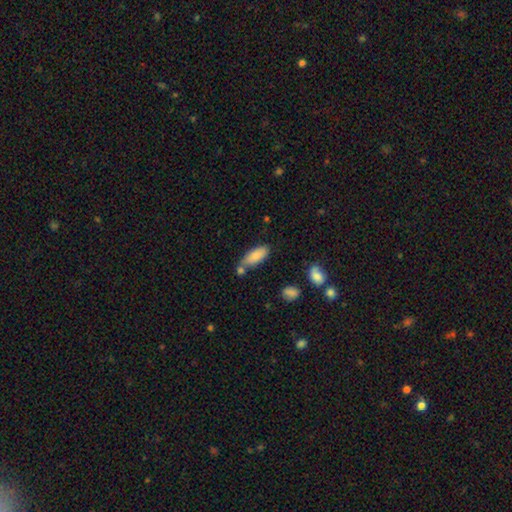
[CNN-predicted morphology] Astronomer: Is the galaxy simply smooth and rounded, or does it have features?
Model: smooth — 82%.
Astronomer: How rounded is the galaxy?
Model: in between — 77%.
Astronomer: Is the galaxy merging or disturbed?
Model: none — 56%.